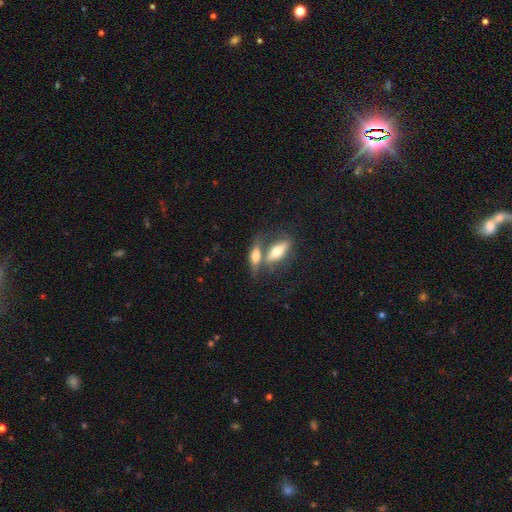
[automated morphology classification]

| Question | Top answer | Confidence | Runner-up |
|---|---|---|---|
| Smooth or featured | smooth | 57% | featured or disk (35%) |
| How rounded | in between | 59% | cigar-shaped (36%) |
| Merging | merger | 52% | none (34%) |